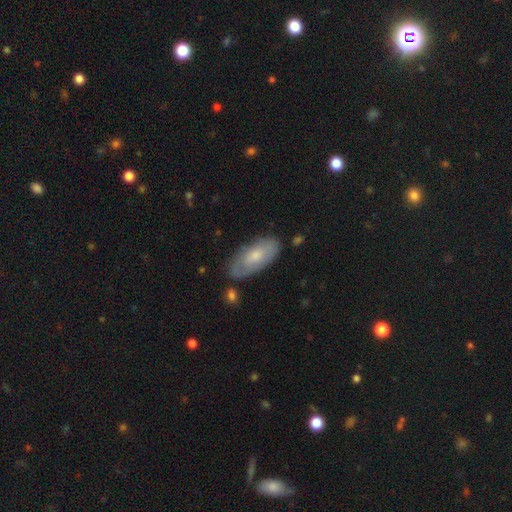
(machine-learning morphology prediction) Smooth or featured: smooth — 64% (featured or disk — 31%)
How rounded: in between — 88% (cigar-shaped — 10%)
Merging: none — 75% (minor disturbance — 18%)